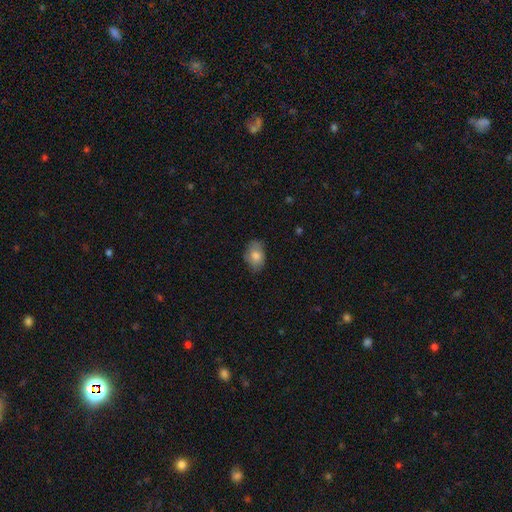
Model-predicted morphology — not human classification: This appears to be a smooth galaxy with no disk features (77%) that is in between round and cigar-shaped (82%). Merging: none (71%).